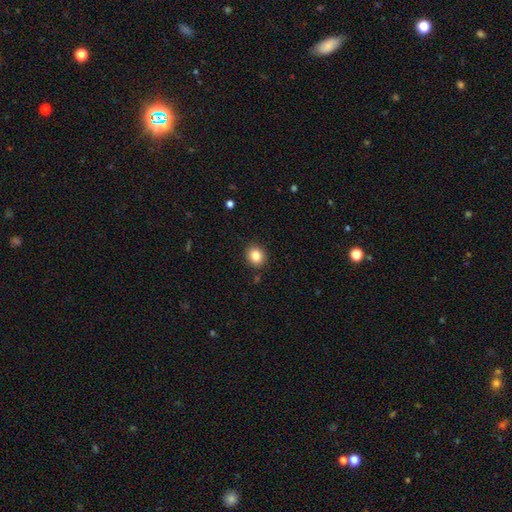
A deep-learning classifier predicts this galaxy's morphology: type=smooth (84%); roundness=round (77%); merging=none (90%).